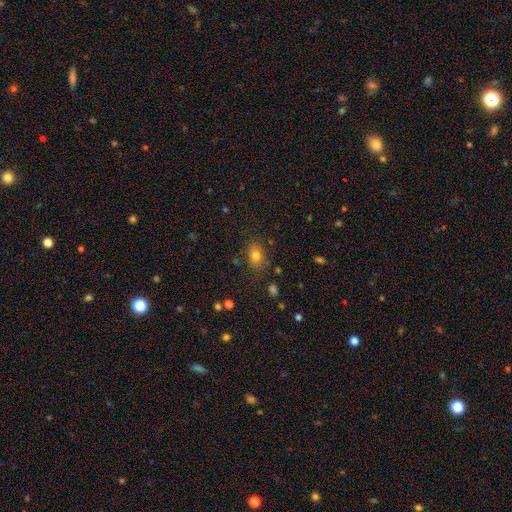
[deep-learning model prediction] A smooth galaxy with no disk features (79%) that is in between round and cigar-shaped (75%). Merging: none (79%).